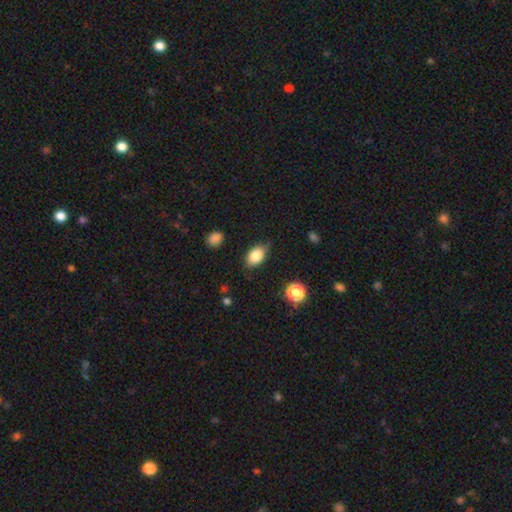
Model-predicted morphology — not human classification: smooth-or-featured: smooth: 84% | featured or disk: 8% | star or artifact: 8%
  how-rounded: in between: 87% | round: 10% | cigar-shaped: 2%
  merging: none: 77% | minor disturbance: 18% | major disturbance: 4% | merger: 2%